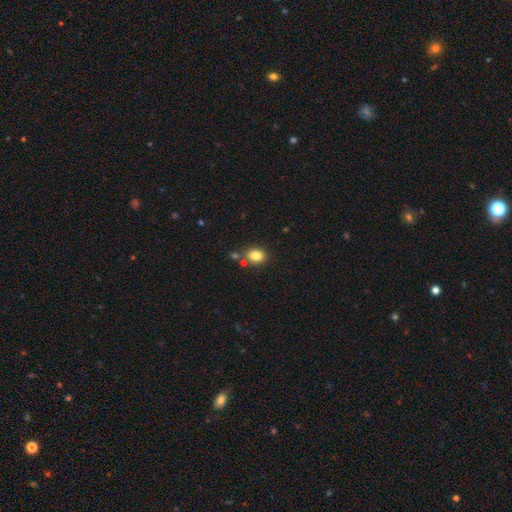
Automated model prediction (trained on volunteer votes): smooth_or_featured: smooth (p=0.82) [alt: star or artifact p=0.10]
how_rounded: in between (p=0.61) [alt: round p=0.38]
merging: none (p=0.71) [alt: merger p=0.13]